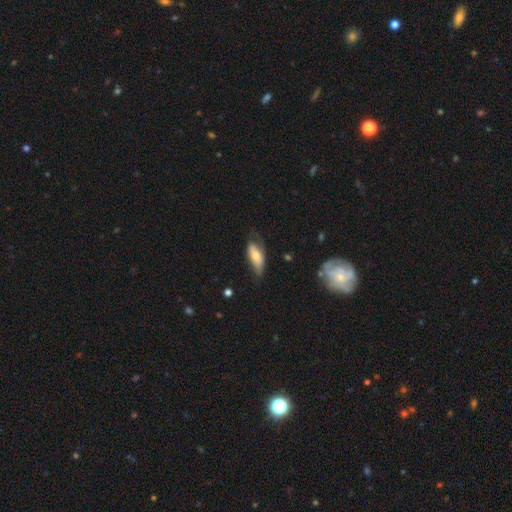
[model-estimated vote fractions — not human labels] Smooth or featured? Predicted: smooth (p=0.60). How rounded? Predicted: in between (p=0.79). Merging? Predicted: none (p=0.45).